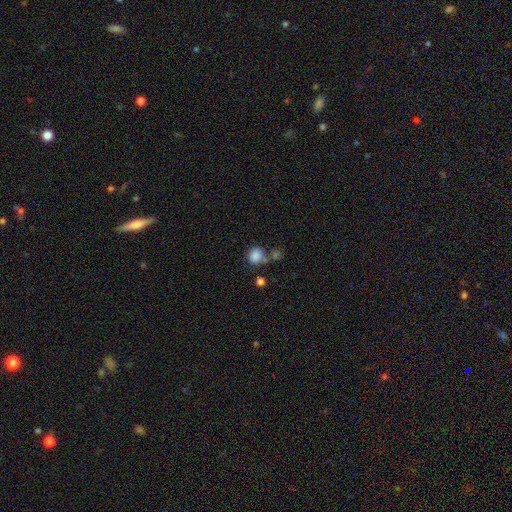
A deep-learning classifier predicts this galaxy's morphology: This appears to be a smooth galaxy with no disk features (85%) that is round (82%). Merging: none (52%).